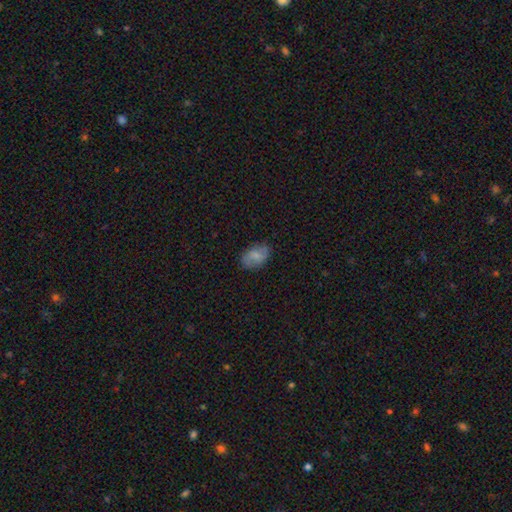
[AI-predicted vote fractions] The model was most divided on "smooth or featured": smooth: 69%, featured or disk: 23%, star or artifact: 8%. More confident: how rounded — in between (89%); merging — none (80%).